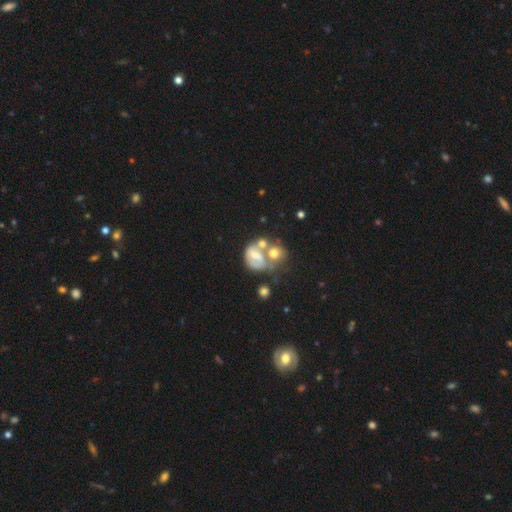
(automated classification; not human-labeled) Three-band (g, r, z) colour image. It shows a featured or disk galaxy (48%). Merging: merger (50%).